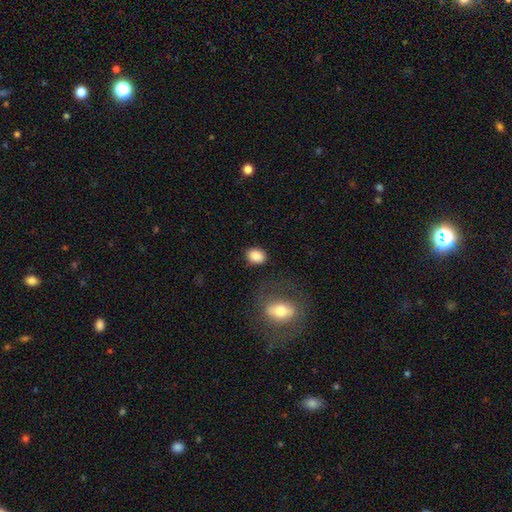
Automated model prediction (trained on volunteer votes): Q: Smooth or featured?
A: smooth (85%); runner-up: star or artifact (9%)
Q: How rounded?
A: in between (60%); runner-up: round (39%)
Q: Merging?
A: none (82%); runner-up: minor disturbance (11%)